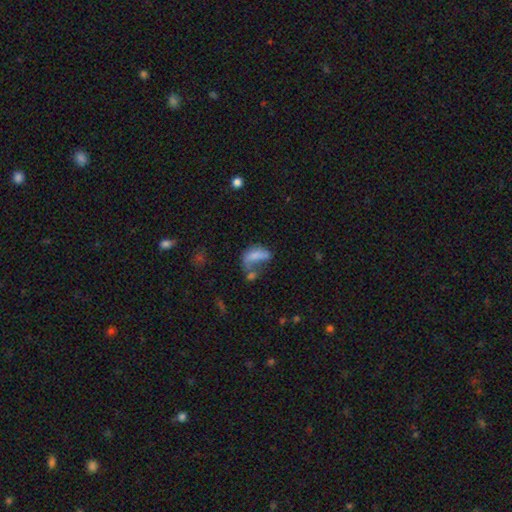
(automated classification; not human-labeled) smooth_or_featured: smooth (p=0.61) [alt: featured or disk p=0.26]
how_rounded: in between (p=0.82) [alt: cigar-shaped p=0.11]
merging: major disturbance (p=0.33) [alt: merger p=0.31]